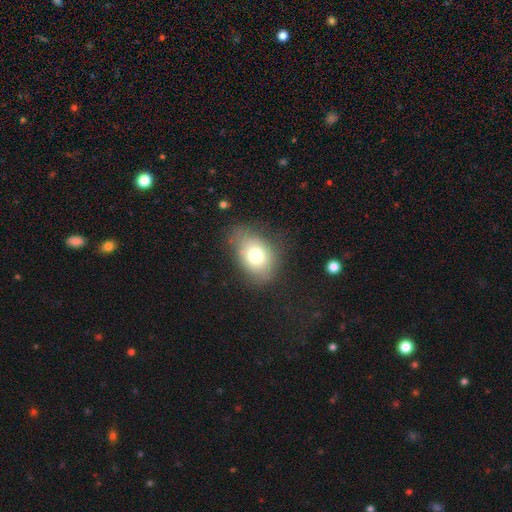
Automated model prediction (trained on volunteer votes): Smooth or featured?
  - smooth: 75% *
  - featured or disk: 15%
  - star or artifact: 10%
How rounded?
  - in between: 76% *
  - round: 23%
  - cigar-shaped: 1%
Merging?
  - none: 66% *
  - minor disturbance: 23%
  - major disturbance: 9%
  - merger: 2%